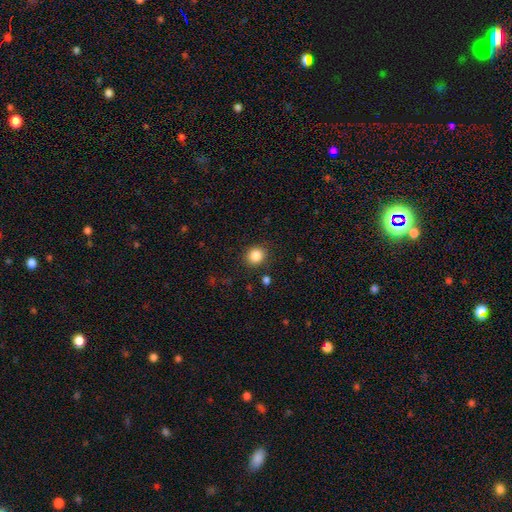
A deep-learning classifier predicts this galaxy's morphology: A smooth galaxy with no disk features (85%) that is round (82%). Merging: none (88%).